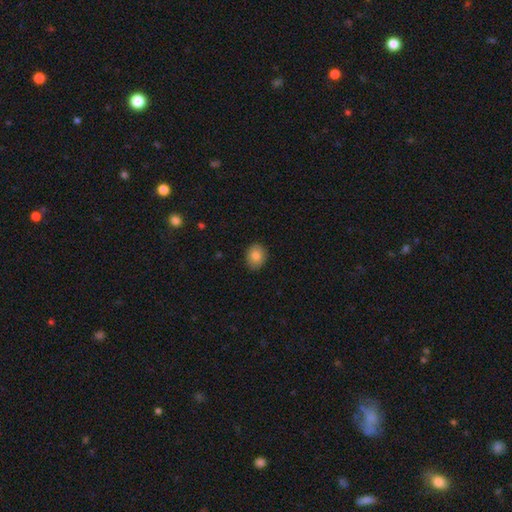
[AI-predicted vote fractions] Overall: smooth (83%). How rounded: round (50%; in between 49%). Merging: none (89%).